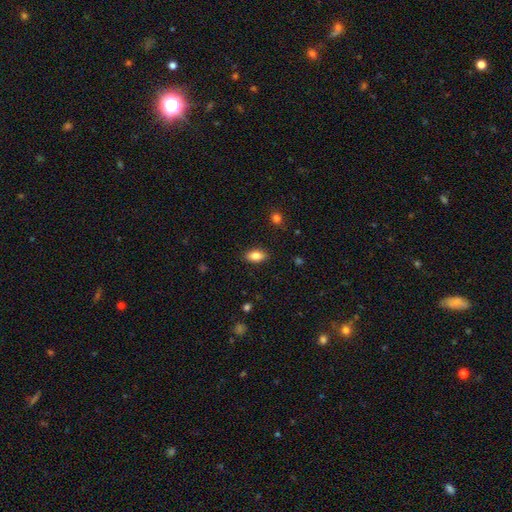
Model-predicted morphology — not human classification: type=smooth (82%); roundness=in between (89%); merging=none (88%).